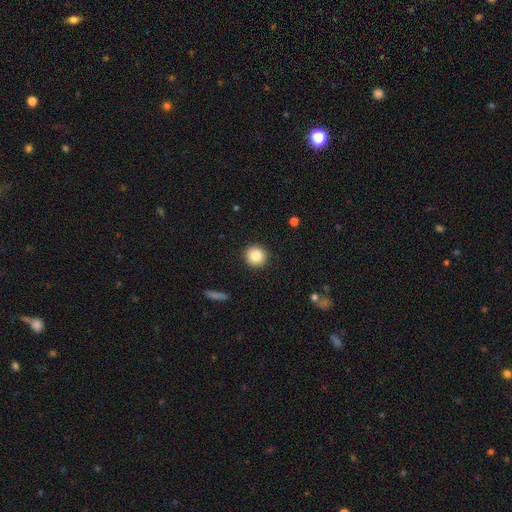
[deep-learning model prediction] This is clearly a smooth galaxy (84%). How rounded: clearly round (94%). Merging: clearly none (92%).